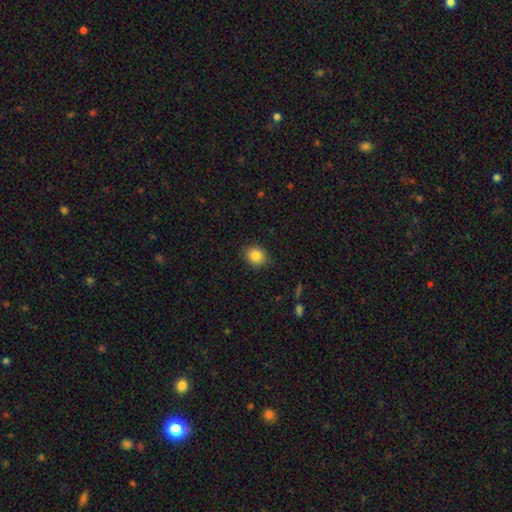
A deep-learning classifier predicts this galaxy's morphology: This is clearly a smooth galaxy (84%). How rounded: likely round (72%). Merging: clearly none (86%).